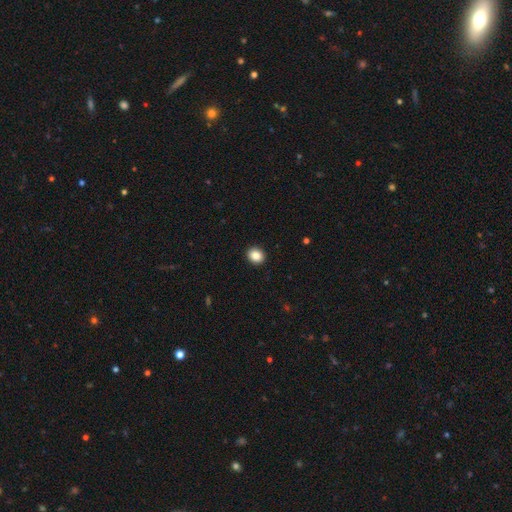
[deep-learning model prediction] A smooth galaxy with no disk features (88%) that is round (65%).

Vote fractions:
- Smooth or featured? smooth: 88% / star or artifact: 9% / featured or disk: 4%
- How rounded? round: 65% / in between: 34% / cigar-shaped: 1%
- Merging? none: 93% / minor disturbance: 5% / major disturbance: 2% / merger: 1%